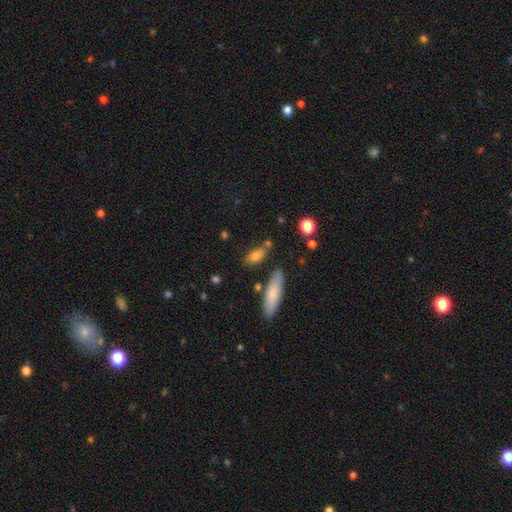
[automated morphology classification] smooth_or_featured: smooth (p=0.75) [alt: featured or disk p=0.15]
how_rounded: in between (p=0.76) [alt: cigar-shaped p=0.17]
merging: none (p=0.68) [alt: minor disturbance p=0.15]